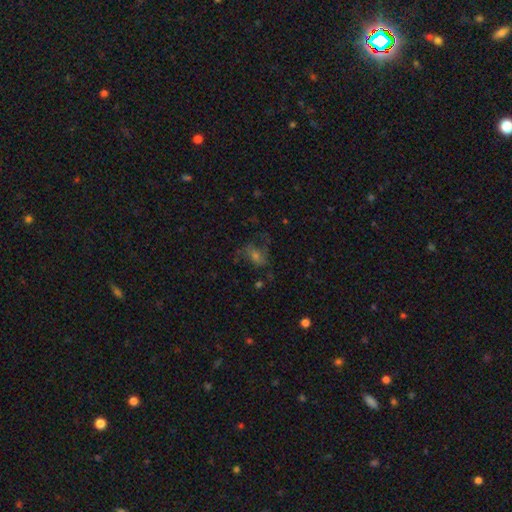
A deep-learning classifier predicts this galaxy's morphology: Smooth or featured?
  - featured or disk: 42% *
  - smooth: 34%
  - star or artifact: 25%
Merging?
  - none: 50% *
  - major disturbance: 28%
  - minor disturbance: 19%
  - merger: 3%